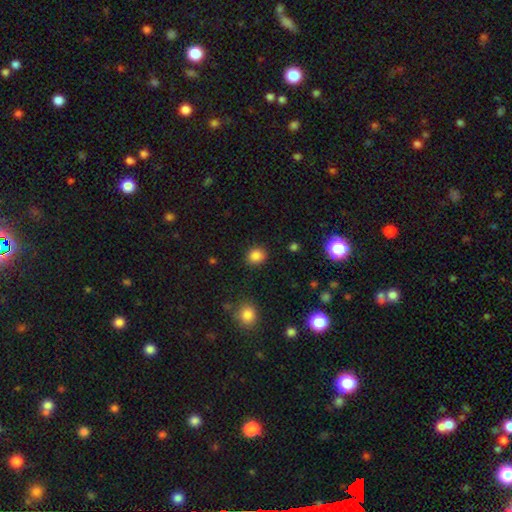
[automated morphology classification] A smooth galaxy with no disk features (84%) that is round (71%).

Vote fractions:
- Smooth or featured? smooth: 84% / star or artifact: 11% / featured or disk: 4%
- How rounded? round: 71% / in between: 28% / cigar-shaped: 1%
- Merging? none: 88% / minor disturbance: 8% / major disturbance: 3% / merger: 2%